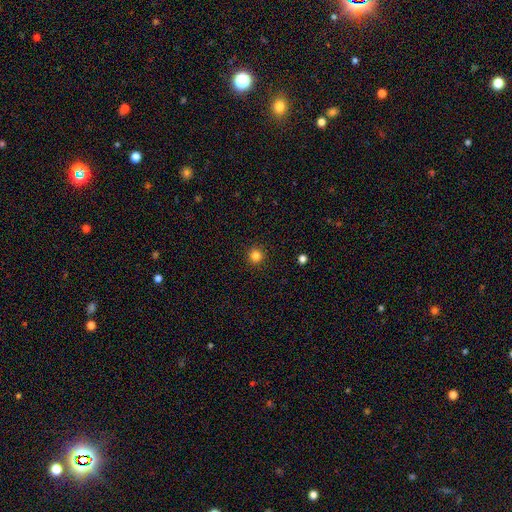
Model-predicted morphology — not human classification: This appears to be a smooth galaxy with no disk features (83%) that is round (95%). Merging: none (93%).